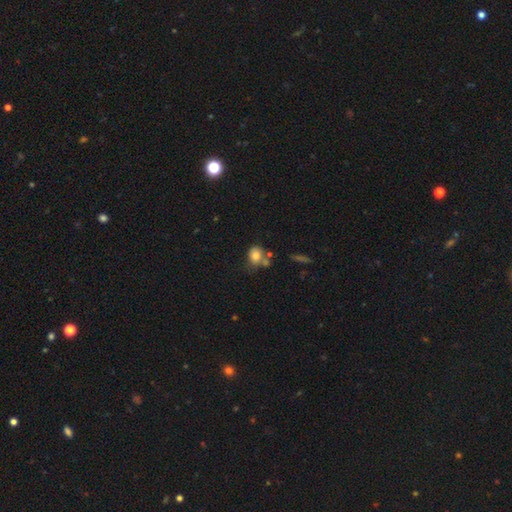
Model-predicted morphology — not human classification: The model was most divided on "how rounded": round: 57%, in between: 42%, cigar-shaped: 1%. Remaining: smooth or featured — smooth (77%); merging — none (46%).